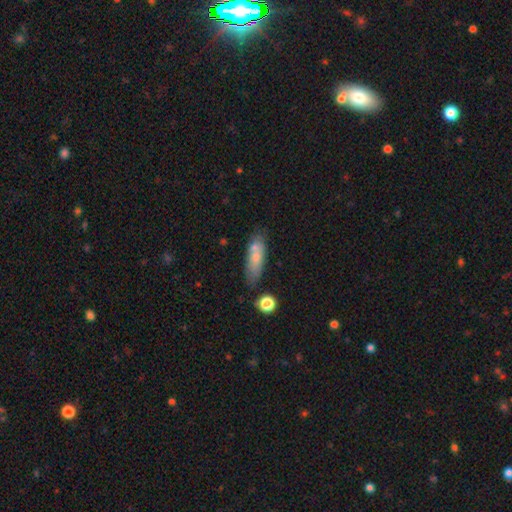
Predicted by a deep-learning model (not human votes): Smooth or featured? smooth (70%)
How rounded? in between (51%)
Merging? none (67%)